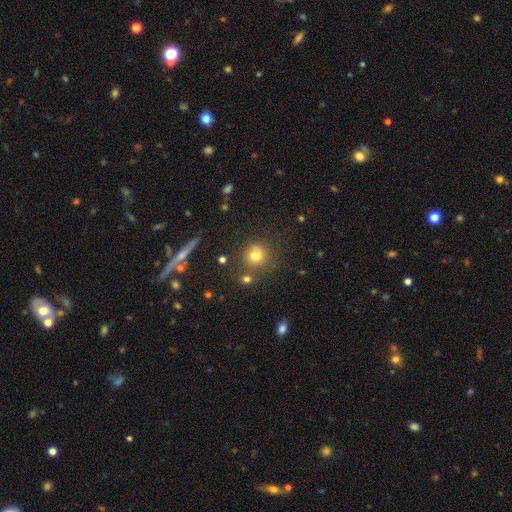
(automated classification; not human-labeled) Smooth or featured? smooth (75%)
How rounded? round (90%)
Merging? none (72%)